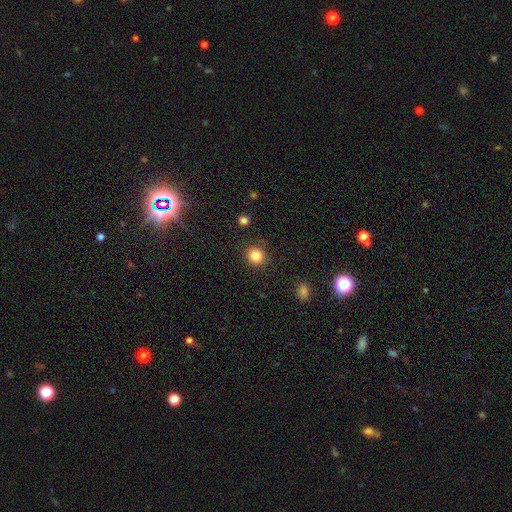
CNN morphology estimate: Smooth or featured: smooth — 84% (star or artifact — 11%)
How rounded: round — 90% (in between — 10%)
Merging: none — 86% (minor disturbance — 8%)